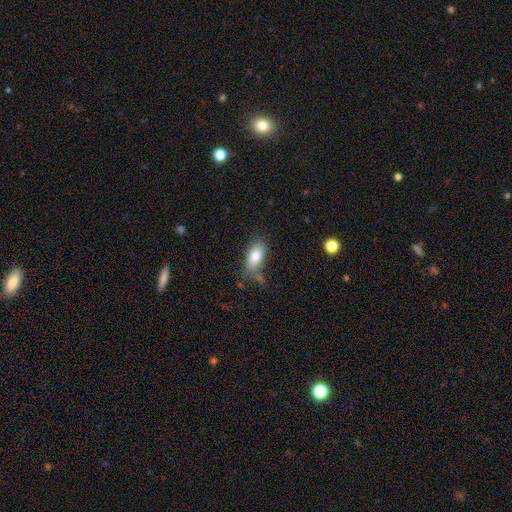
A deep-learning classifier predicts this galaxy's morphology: A smooth galaxy with no disk features (80%) that is in between round and cigar-shaped (90%).

Vote fractions:
- Smooth or featured? smooth: 80% / featured or disk: 12% / star or artifact: 8%
- How rounded? in between: 90% / cigar-shaped: 5% / round: 5%
- Merging? none: 63% / minor disturbance: 22% / major disturbance: 8% / merger: 7%